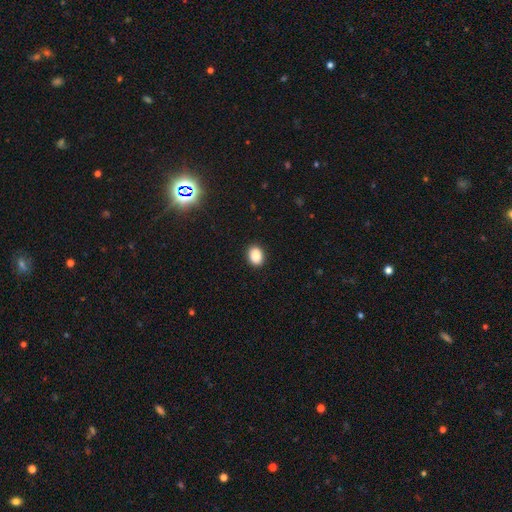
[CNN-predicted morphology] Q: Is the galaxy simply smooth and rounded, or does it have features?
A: smooth — 88%.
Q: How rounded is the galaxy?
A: in between — 67%.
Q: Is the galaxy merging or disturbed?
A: none — 90%.